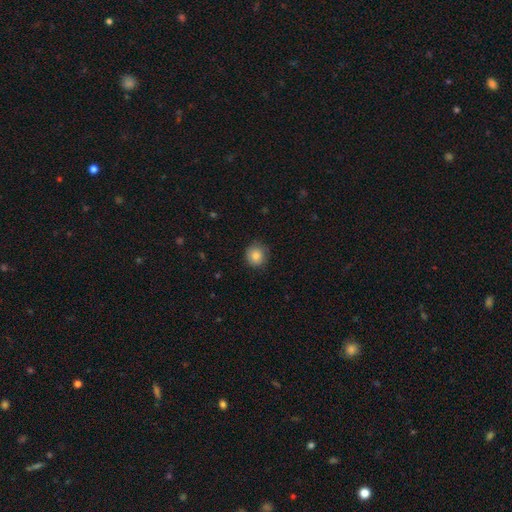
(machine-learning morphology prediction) Smooth or featured?
  - smooth: 83% *
  - star or artifact: 9%
  - featured or disk: 8%
How rounded?
  - round: 91% *
  - in between: 9%
  - cigar-shaped: 1%
Merging?
  - none: 82% *
  - minor disturbance: 14%
  - major disturbance: 3%
  - merger: 1%